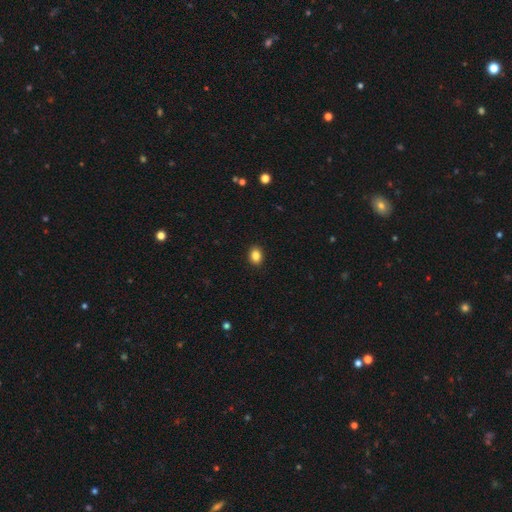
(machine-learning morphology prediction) This appears to be a smooth galaxy with no disk features (86%) that is in between round and cigar-shaped (62%). Merging: none (91%).